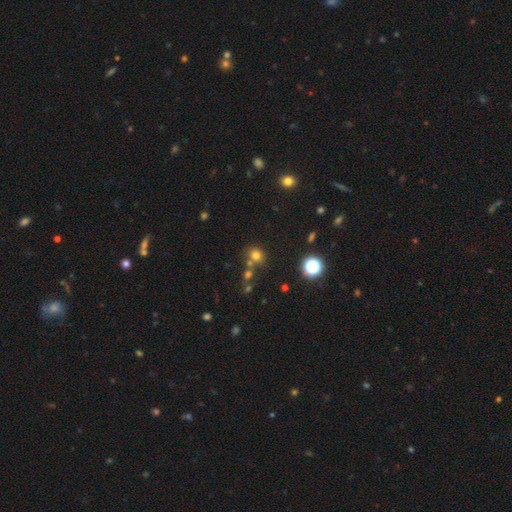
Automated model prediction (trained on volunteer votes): Q: Smooth or featured?
A: smooth (70%); runner-up: star or artifact (22%)
Q: How rounded?
A: round (83%); runner-up: in between (16%)
Q: Merging?
A: none (64%); runner-up: merger (23%)